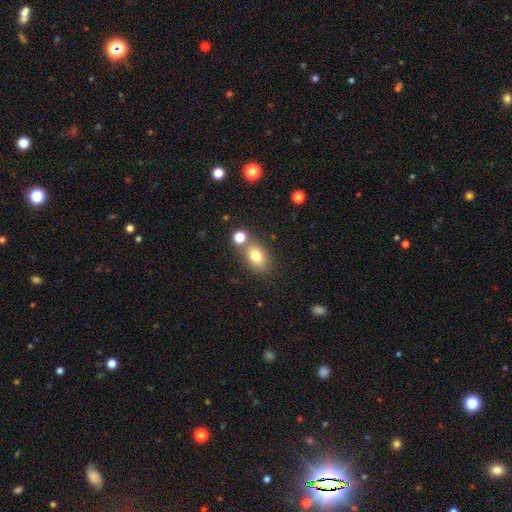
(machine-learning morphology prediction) Smooth or featured: smooth — 79% (featured or disk — 11%)
How rounded: in between — 80% (round — 18%)
Merging: none — 64% (merger — 20%)